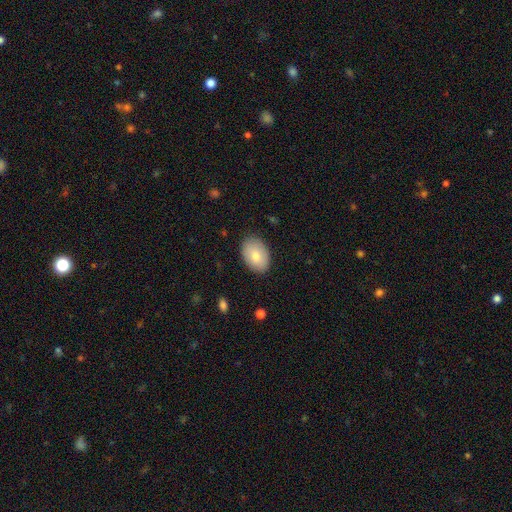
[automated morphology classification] The model was most divided on "smooth or featured": smooth: 78%, featured or disk: 15%, star or artifact: 7%. More confident: how rounded — in between (85%); merging — none (85%).